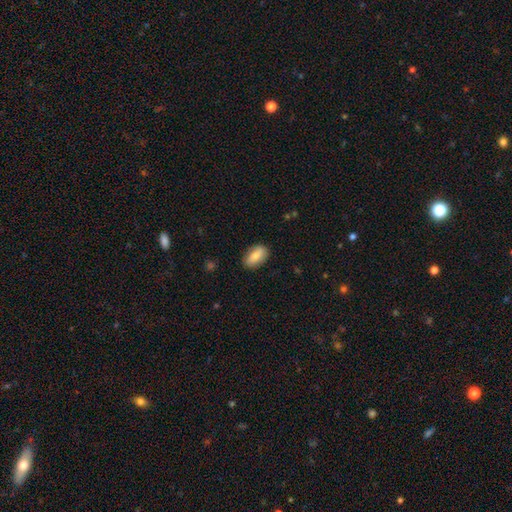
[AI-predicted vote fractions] Smooth or featured: smooth — 75% (featured or disk — 18%)
How rounded: in between — 89% (round — 5%)
Merging: none — 85% (minor disturbance — 11%)